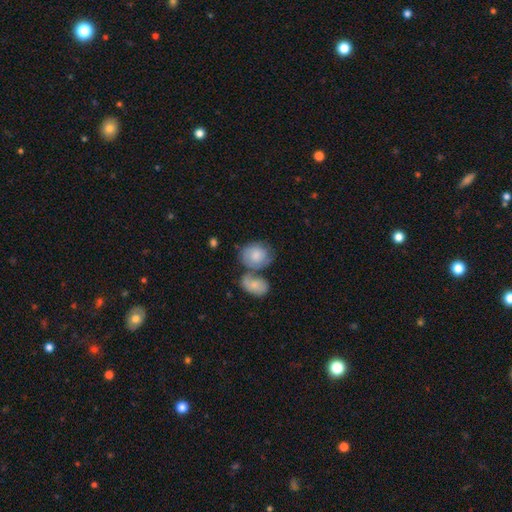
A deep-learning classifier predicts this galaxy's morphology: Overall: smooth (67%). How rounded: round (59%; in between 40%). Merging: merger (45%; none 32%).